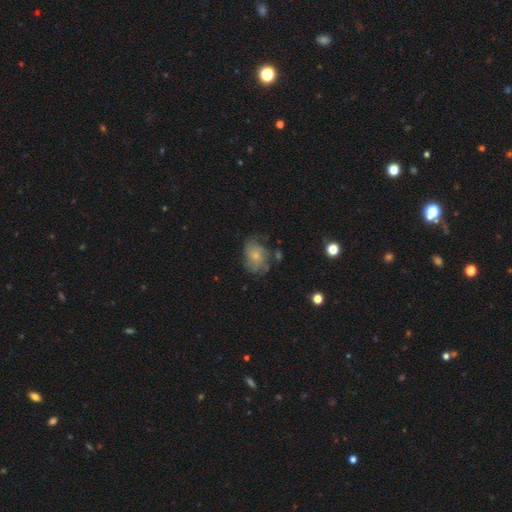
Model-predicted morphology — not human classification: The model was most divided on "smooth or featured": smooth: 50%, featured or disk: 41%, star or artifact: 9%. More confident: merging — none (55%).